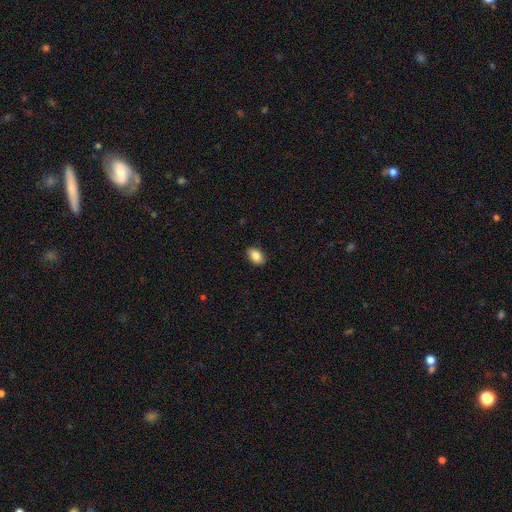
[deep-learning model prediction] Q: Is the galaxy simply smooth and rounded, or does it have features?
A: smooth — 86%.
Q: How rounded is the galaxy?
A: in between — 86%.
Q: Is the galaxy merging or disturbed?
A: none — 89%.